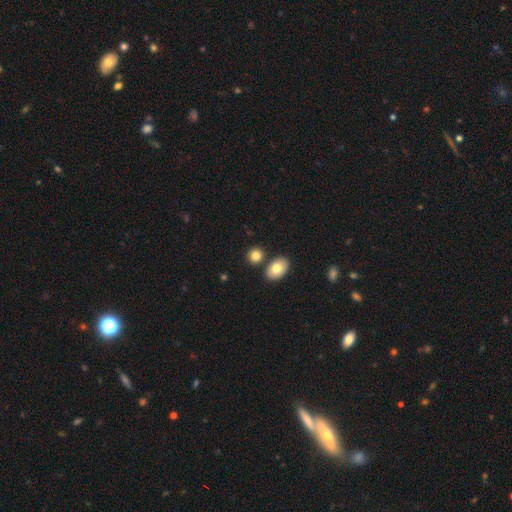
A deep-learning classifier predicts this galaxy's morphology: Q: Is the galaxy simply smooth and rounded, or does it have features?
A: smooth — 81%.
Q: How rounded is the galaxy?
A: round — 58%.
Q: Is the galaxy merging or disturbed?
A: none — 74%.